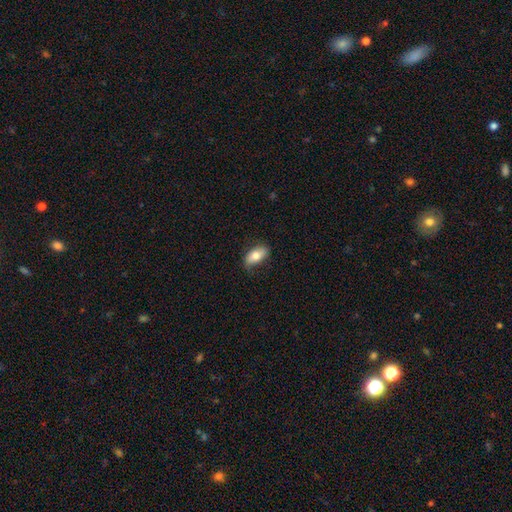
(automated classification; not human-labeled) A smooth galaxy with no disk features (76%) that is in between round and cigar-shaped (89%).

Vote fractions:
- Smooth or featured? smooth: 76% / featured or disk: 18% / star or artifact: 7%
- How rounded? in between: 89% / cigar-shaped: 7% / round: 4%
- Merging? none: 70% / minor disturbance: 24% / major disturbance: 5% / merger: 1%